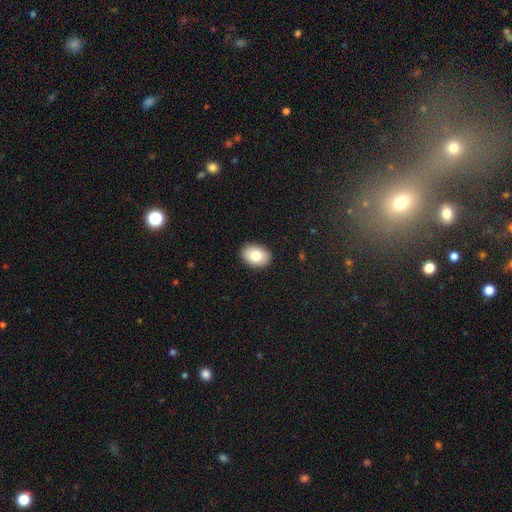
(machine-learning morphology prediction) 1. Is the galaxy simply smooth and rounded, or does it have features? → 81% smooth, 11% featured or disk, 8% star or artifact.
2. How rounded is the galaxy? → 76% in between, 23% round, 1% cigar-shaped.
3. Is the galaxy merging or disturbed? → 90% none, 7% minor disturbance, 2% major disturbance, 1% merger.